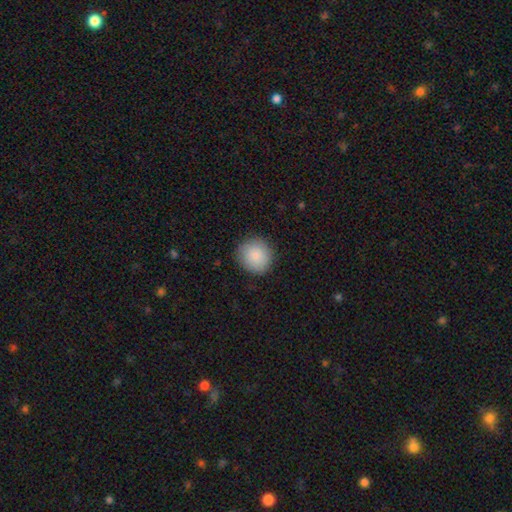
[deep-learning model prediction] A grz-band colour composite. It shows a smooth galaxy with no disk features (88%) that is round (90%). Merging: none (88%).